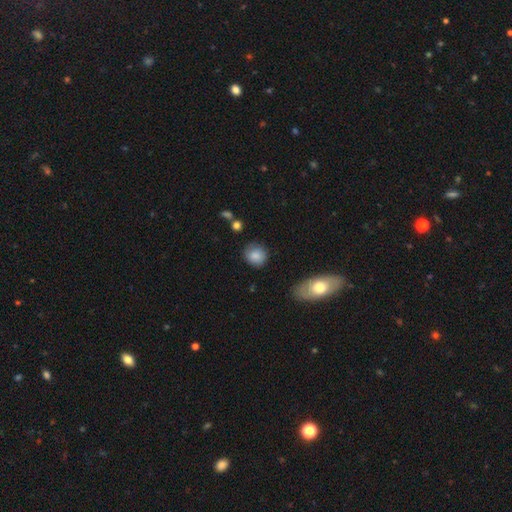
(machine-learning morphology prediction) This appears to be a smooth galaxy with no disk features (84%) that is round (83%). Merging: none (80%).